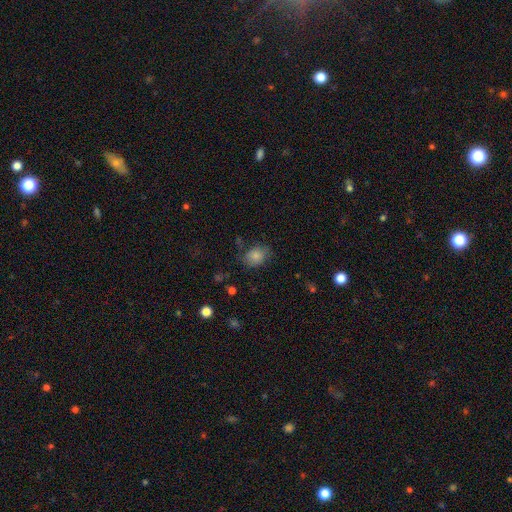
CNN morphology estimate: smooth-or-featured: smooth: 82% | star or artifact: 10% | featured or disk: 8%
  how-rounded: in between: 58% | round: 41% | cigar-shaped: 1%
  merging: none: 66% | minor disturbance: 23% | major disturbance: 8% | merger: 2%